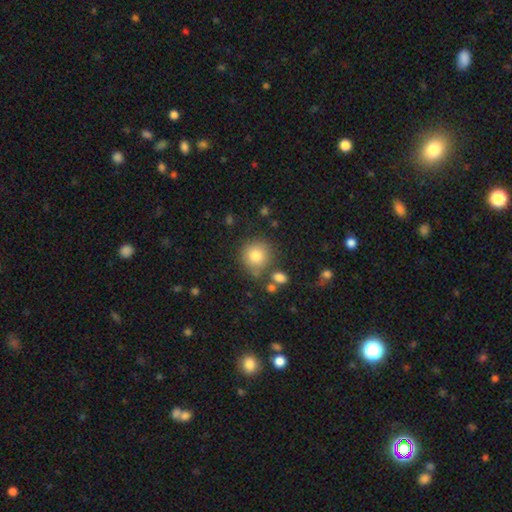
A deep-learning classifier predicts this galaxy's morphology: Smooth or featured? smooth (81%)
How rounded? round (91%)
Merging? none (75%)